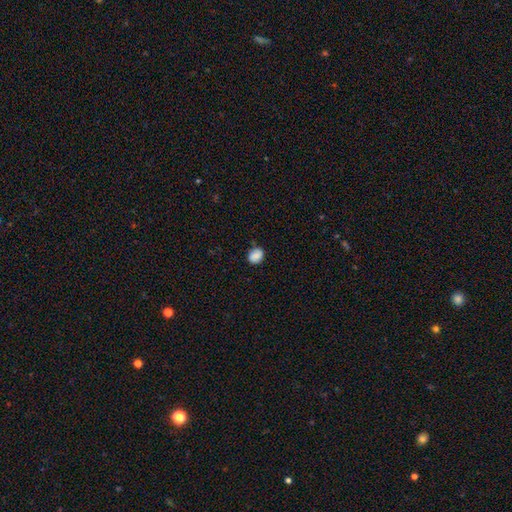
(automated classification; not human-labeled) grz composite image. It shows a smooth galaxy with no disk features (83%) that is round (60%). Merging: none (71%).